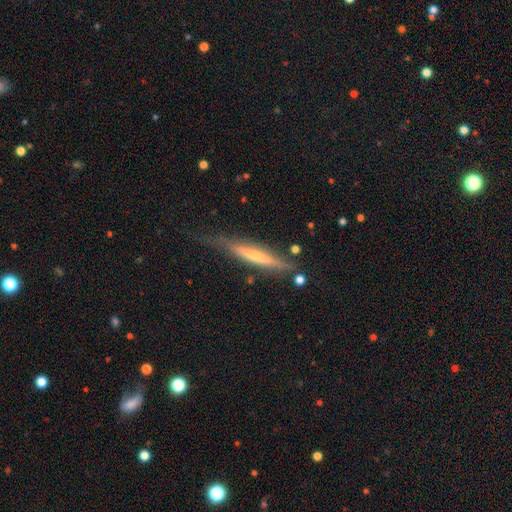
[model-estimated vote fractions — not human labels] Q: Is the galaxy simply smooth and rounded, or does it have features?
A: featured or disk — 57%.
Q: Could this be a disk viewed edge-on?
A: yes — 93%.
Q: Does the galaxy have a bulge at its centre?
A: none — 53%.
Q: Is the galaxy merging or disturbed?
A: none — 65%.